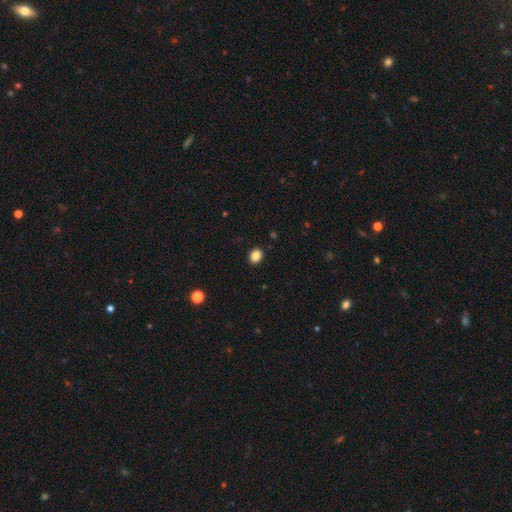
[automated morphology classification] Smooth or featured?
  - smooth: 86% *
  - star or artifact: 10%
  - featured or disk: 4%
How rounded?
  - in between: 51% *
  - round: 48%
  - cigar-shaped: 1%
Merging?
  - none: 91% *
  - minor disturbance: 6%
  - major disturbance: 2%
  - merger: 1%